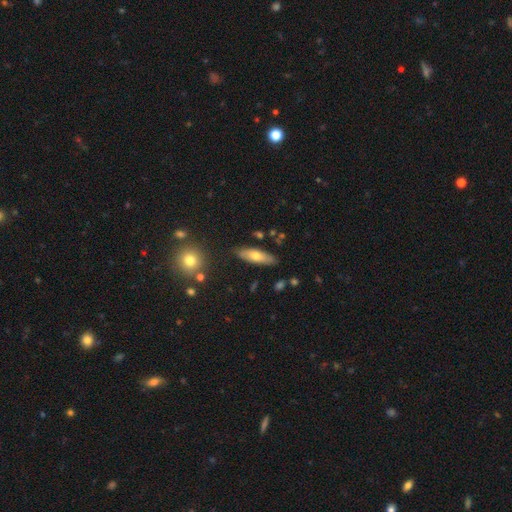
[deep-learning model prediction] This is likely a smooth galaxy (61%). How rounded: possibly in between (56%). Merging: clearly none (83%).